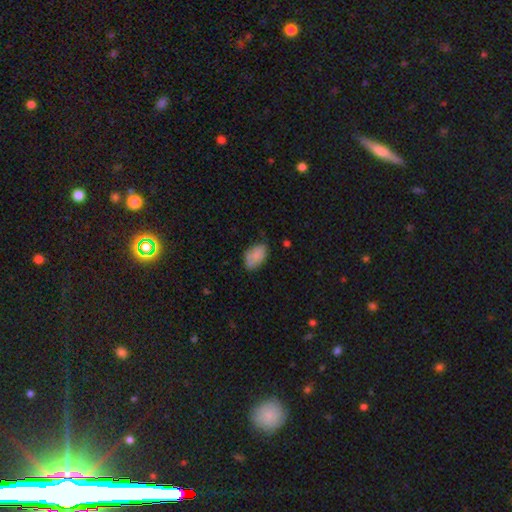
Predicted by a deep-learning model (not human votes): smooth 80%, featured or disk 12%, star or artifact 8%. Down the decision tree: how rounded — in between (91%); merging — none (58%).